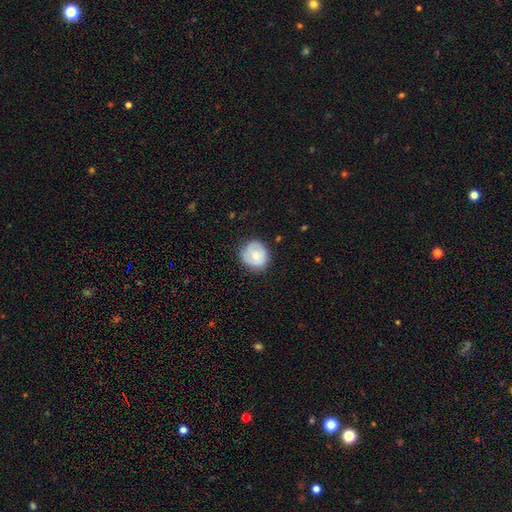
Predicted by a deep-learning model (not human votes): smooth_or_featured: smooth (p=0.68) [alt: featured or disk p=0.25]
how_rounded: round (p=0.85) [alt: in between p=0.14]
merging: none (p=0.75) [alt: minor disturbance p=0.19]